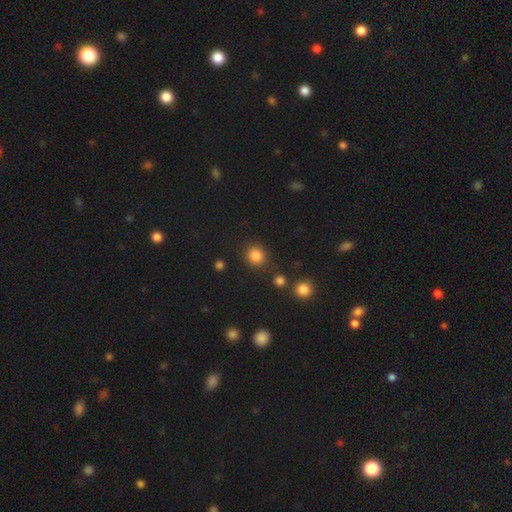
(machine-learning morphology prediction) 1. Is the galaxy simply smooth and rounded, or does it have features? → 84% smooth, 12% star or artifact, 4% featured or disk.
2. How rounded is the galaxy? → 88% round, 11% in between, 1% cigar-shaped.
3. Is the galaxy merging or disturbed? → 83% none, 9% minor disturbance, 4% merger, 4% major disturbance.